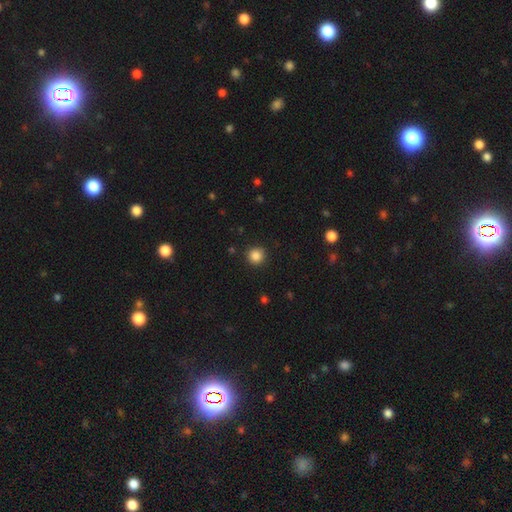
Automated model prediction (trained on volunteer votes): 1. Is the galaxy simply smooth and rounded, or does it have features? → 86% smooth, 11% star or artifact, 3% featured or disk.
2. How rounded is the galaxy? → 94% round, 5% in between, 1% cigar-shaped.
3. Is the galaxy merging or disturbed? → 91% none, 6% minor disturbance, 2% major disturbance, 1% merger.